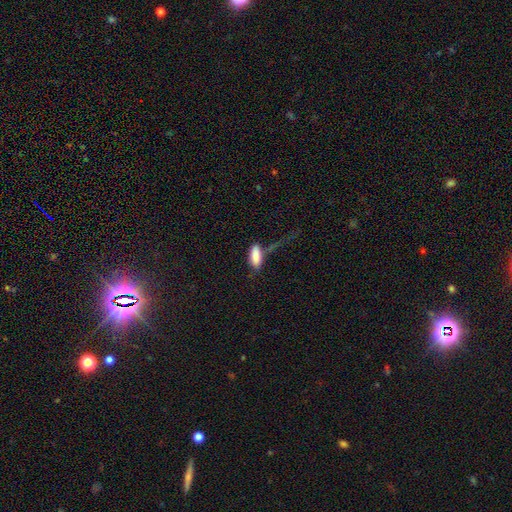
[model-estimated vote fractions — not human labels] Smooth or featured: smooth — 84% (featured or disk — 9%)
How rounded: in between — 74% (cigar-shaped — 24%)
Merging: none — 43% (major disturbance — 23%)